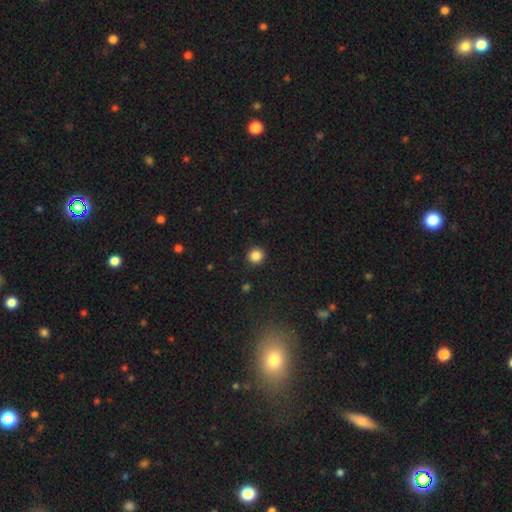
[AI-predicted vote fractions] Overall: smooth (86%). How rounded: round (95%). Merging: none (93%).